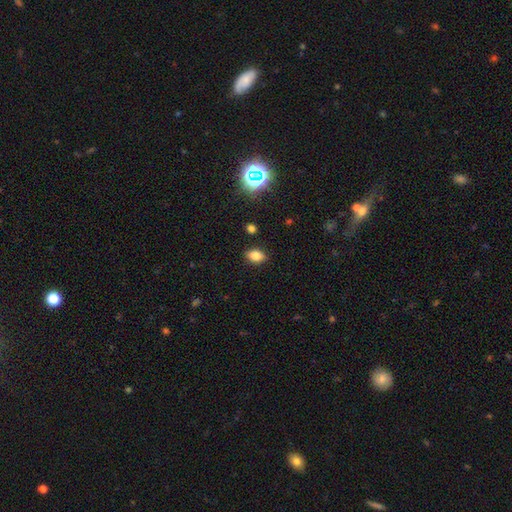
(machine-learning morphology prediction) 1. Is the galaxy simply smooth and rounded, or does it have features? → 80% smooth, 13% star or artifact, 8% featured or disk.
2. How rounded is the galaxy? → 80% in between, 18% round, 2% cigar-shaped.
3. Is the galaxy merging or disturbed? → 86% none, 10% minor disturbance, 2% major disturbance, 2% merger.